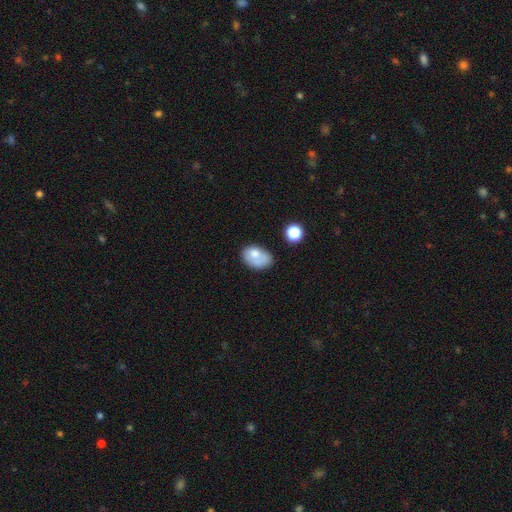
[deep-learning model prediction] A smooth galaxy with no disk features (70%) that is in between round and cigar-shaped (83%).

Vote fractions:
- Smooth or featured? smooth: 70% / featured or disk: 20% / star or artifact: 9%
- How rounded? in between: 83% / round: 16% / cigar-shaped: 1%
- Merging? none: 39% / minor disturbance: 28% / merger: 17% / major disturbance: 16%